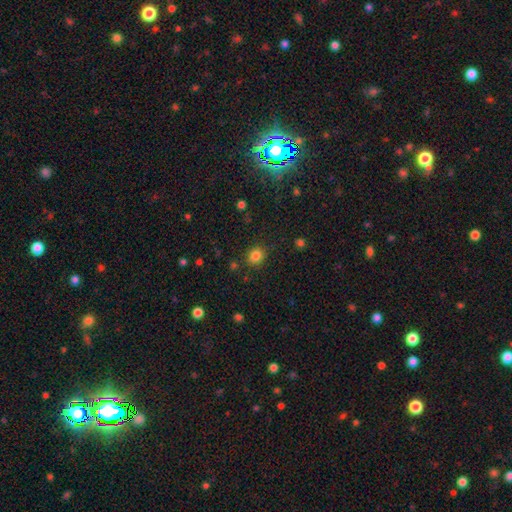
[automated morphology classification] This appears to be a smooth galaxy with no disk features (83%) that is round (75%). Merging: none (85%).